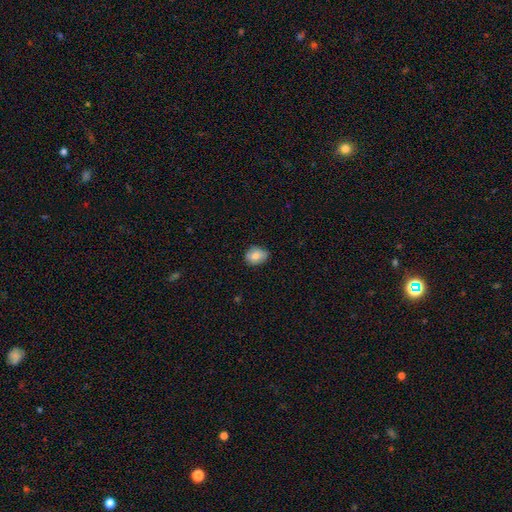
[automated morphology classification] The model was most divided on "how rounded": in between: 52%, round: 47%, cigar-shaped: 1%. More confident: smooth or featured — smooth (82%); merging — none (74%).